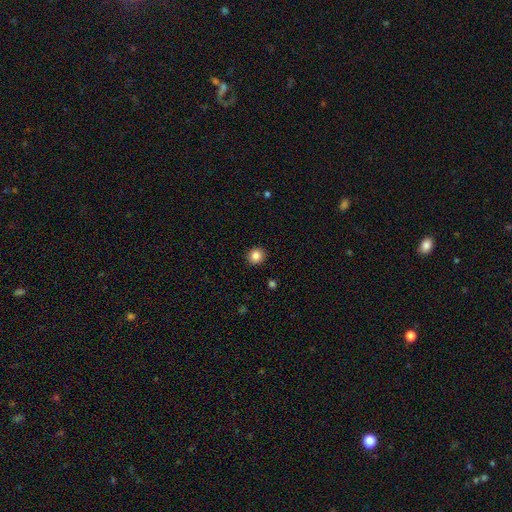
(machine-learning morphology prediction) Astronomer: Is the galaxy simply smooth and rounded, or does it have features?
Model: smooth — 85%.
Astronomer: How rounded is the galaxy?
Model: round — 90%.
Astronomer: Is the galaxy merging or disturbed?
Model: none — 92%.